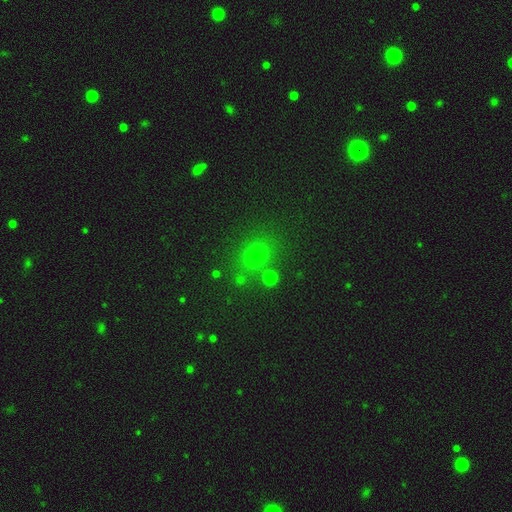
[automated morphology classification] Smooth or featured?
  - smooth: 68% *
  - star or artifact: 24%
  - featured or disk: 8%
How rounded?
  - round: 67% *
  - in between: 31%
  - cigar-shaped: 2%
Merging?
  - none: 73% *
  - minor disturbance: 12%
  - merger: 11%
  - major disturbance: 4%